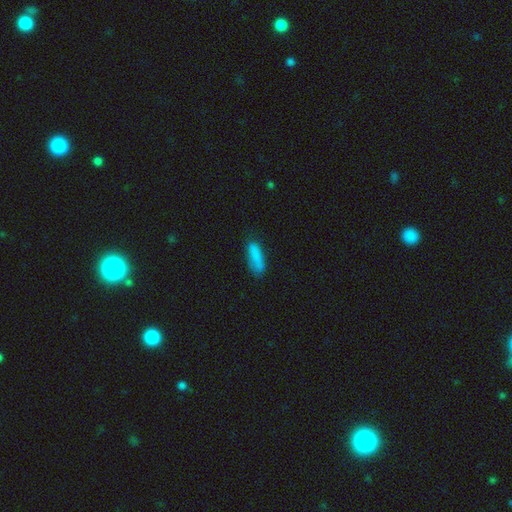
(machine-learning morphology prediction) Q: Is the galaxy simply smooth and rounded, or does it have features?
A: smooth — 83%.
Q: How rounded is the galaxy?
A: cigar-shaped — 54%.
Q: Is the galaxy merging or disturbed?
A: none — 69%.